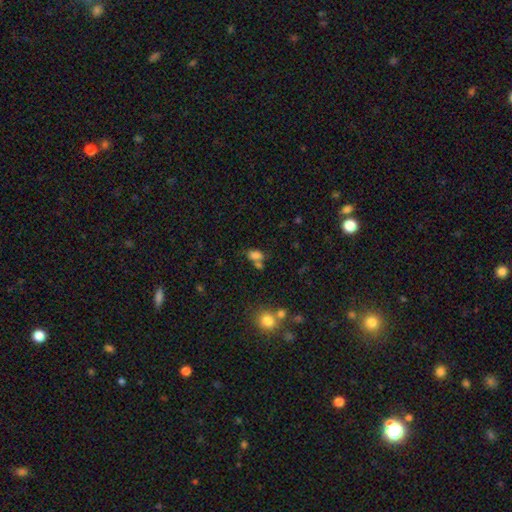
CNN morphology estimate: A smooth galaxy with no disk features (77%) that is in between round and cigar-shaped (85%).

Vote fractions:
- Smooth or featured? smooth: 77% / star or artifact: 15% / featured or disk: 8%
- How rounded? in between: 85% / round: 12% / cigar-shaped: 3%
- Merging? none: 44% / merger: 34% / minor disturbance: 15% / major disturbance: 7%